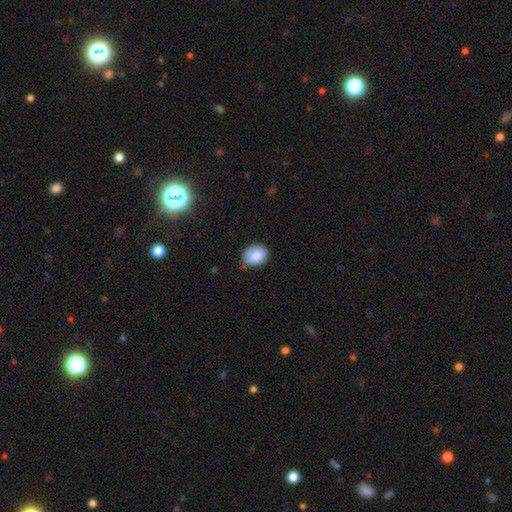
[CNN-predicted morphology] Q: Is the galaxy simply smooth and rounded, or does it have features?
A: smooth — 87%.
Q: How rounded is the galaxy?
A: in between — 51%.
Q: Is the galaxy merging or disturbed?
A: none — 76%.